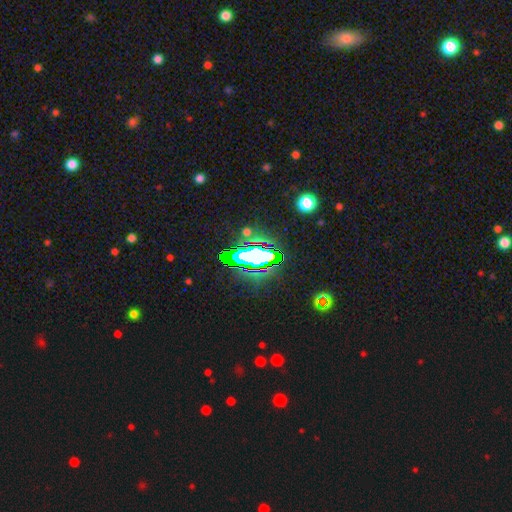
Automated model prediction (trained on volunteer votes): smooth-or-featured: star or artifact: 60% | smooth: 22% | featured or disk: 18%